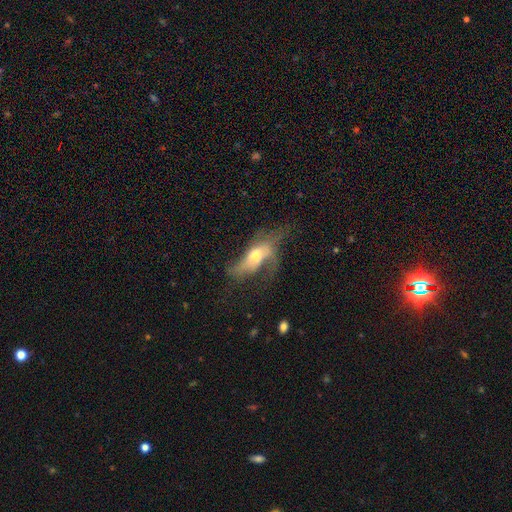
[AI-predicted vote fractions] This appears to be a featured or disk galaxy (56%). Merging: major disturbance (44%).